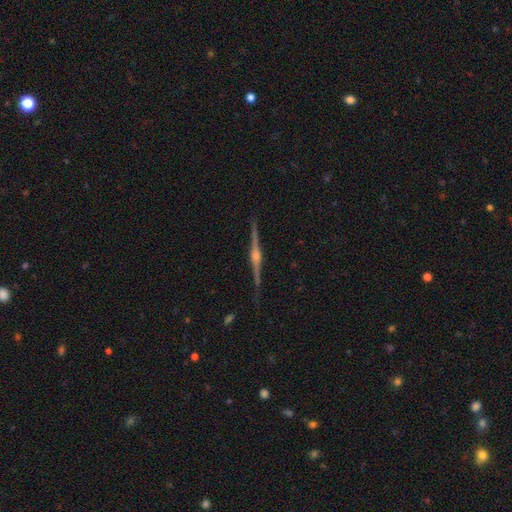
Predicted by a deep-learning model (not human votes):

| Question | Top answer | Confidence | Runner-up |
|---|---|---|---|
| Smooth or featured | featured or disk | 90% | smooth (5%) |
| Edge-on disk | yes | 99% | no (1%) |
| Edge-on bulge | rounded | 91% | boxy (6%) |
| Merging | none | 90% | minor disturbance (7%) |